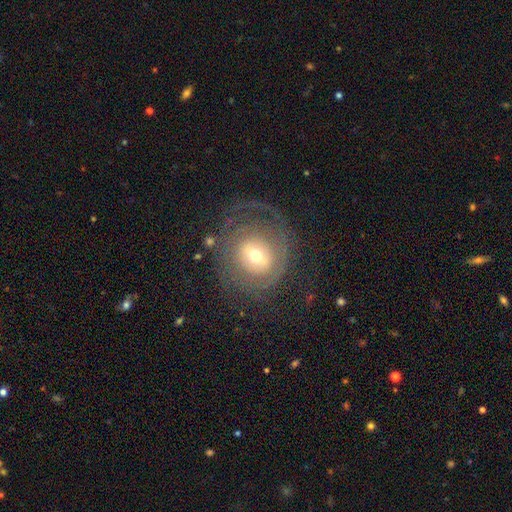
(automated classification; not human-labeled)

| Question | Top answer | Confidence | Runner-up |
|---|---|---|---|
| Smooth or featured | featured or disk | 63% | smooth (28%) |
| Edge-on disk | no | 94% | yes (6%) |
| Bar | weak | 42% | no (38%) |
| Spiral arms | yes | 62% | no (38%) |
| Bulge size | moderate | 57% | small (32%) |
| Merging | none | 63% | major disturbance (19%) |